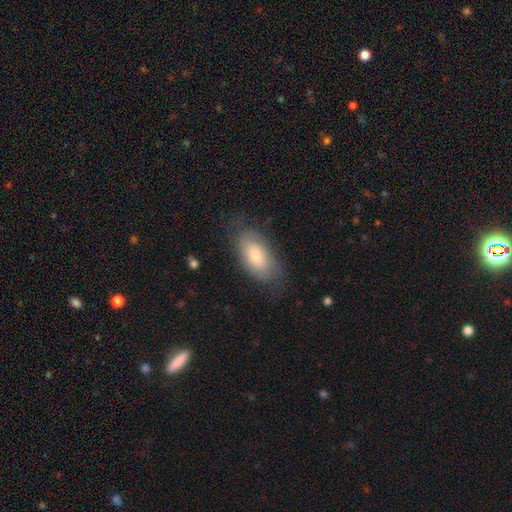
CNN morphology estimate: Smooth or featured: smooth — 69% (featured or disk — 24%)
How rounded: in between — 94% (cigar-shaped — 3%)
Merging: none — 67% (minor disturbance — 22%)